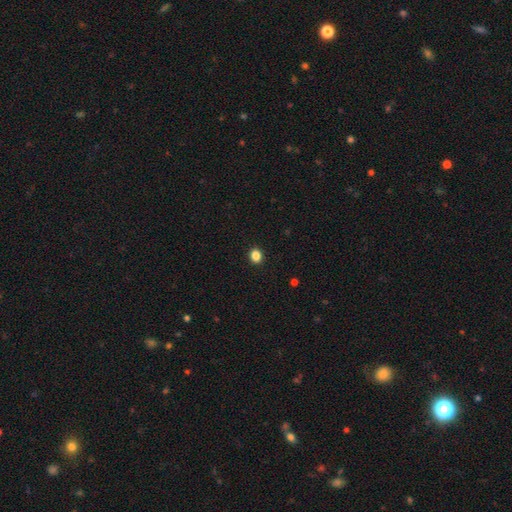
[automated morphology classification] Overall: smooth (85%). How rounded: round (64%; in between 35%). Merging: none (92%).